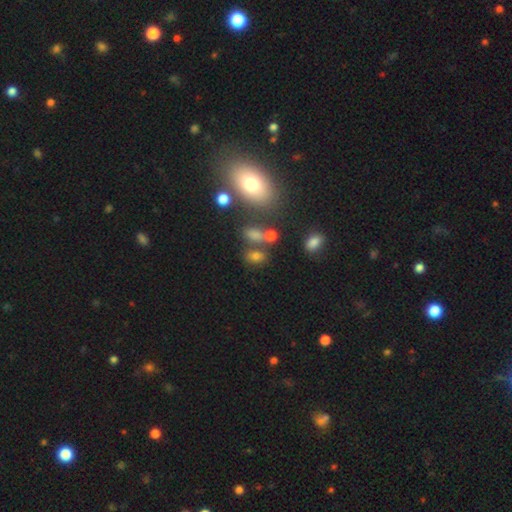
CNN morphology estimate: This is likely a smooth galaxy (68%). How rounded: likely in between (72%). Merging: possibly none (55%).